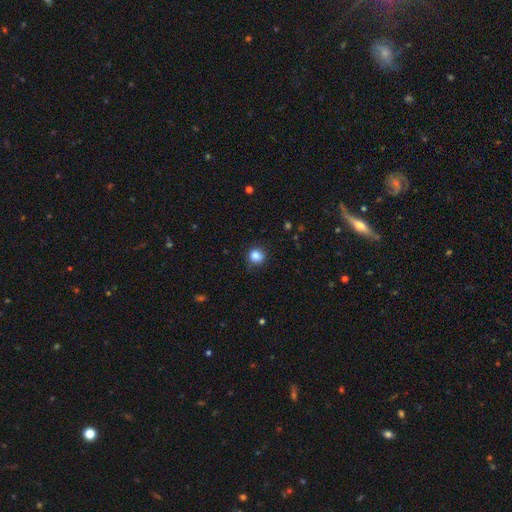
A smooth galaxy with no disk features (89%) that is round (79%). Merging: none (64%).